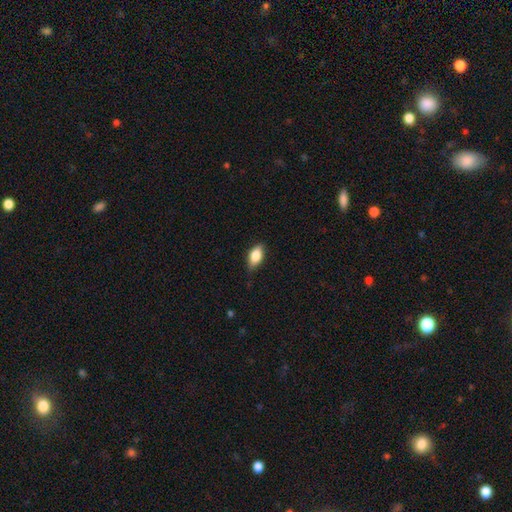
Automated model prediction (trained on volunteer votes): smooth_or_featured: smooth (p=0.79) [alt: featured or disk p=0.14]
how_rounded: in between (p=0.88) [alt: cigar-shaped p=0.07]
merging: none (p=0.78) [alt: minor disturbance p=0.18]